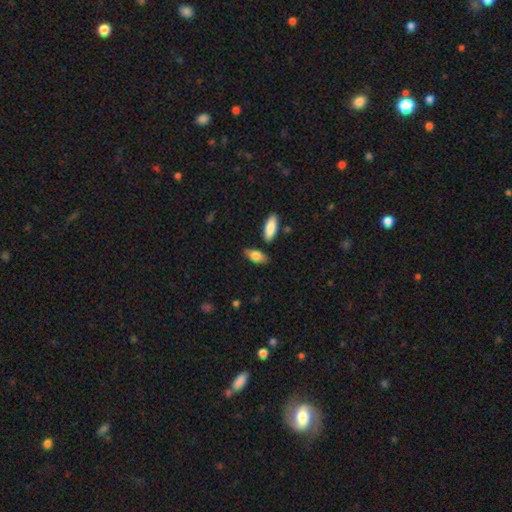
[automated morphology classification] Overall: smooth (82%). How rounded: in between (86%). Merging: none (74%).